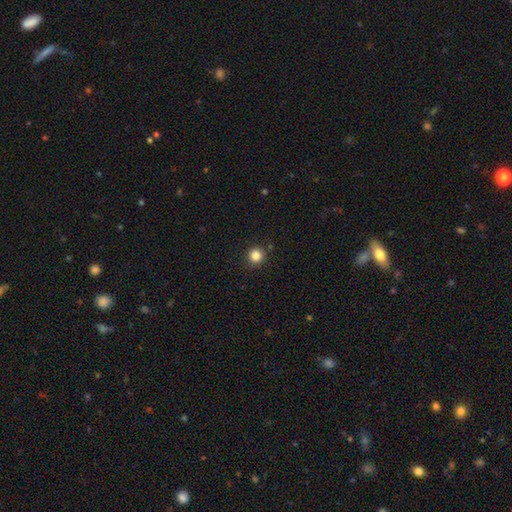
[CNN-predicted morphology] This is clearly a smooth galaxy (84%). How rounded: clearly round (94%). Merging: clearly none (89%).